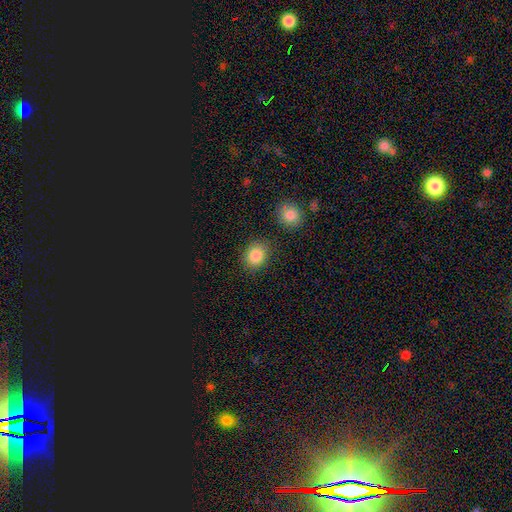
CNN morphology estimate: A smooth galaxy with no disk features (86%) that is round (60%). Merging: none (80%).